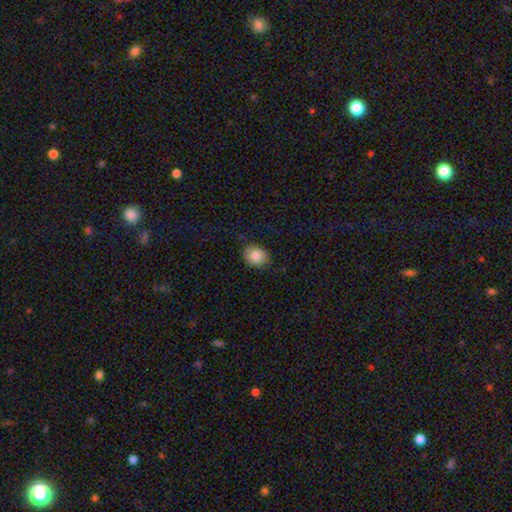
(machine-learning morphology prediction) Smooth or featured?
  - smooth: 84% *
  - star or artifact: 9%
  - featured or disk: 8%
How rounded?
  - round: 60% *
  - in between: 39%
  - cigar-shaped: 1%
Merging?
  - none: 82% *
  - minor disturbance: 14%
  - major disturbance: 3%
  - merger: 1%